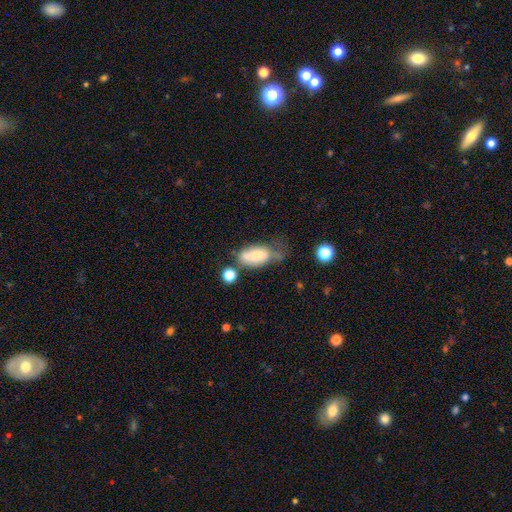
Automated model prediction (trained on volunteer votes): Morphology: type=smooth (70%); roundness=in between (86%); merging=minor disturbance (31%).